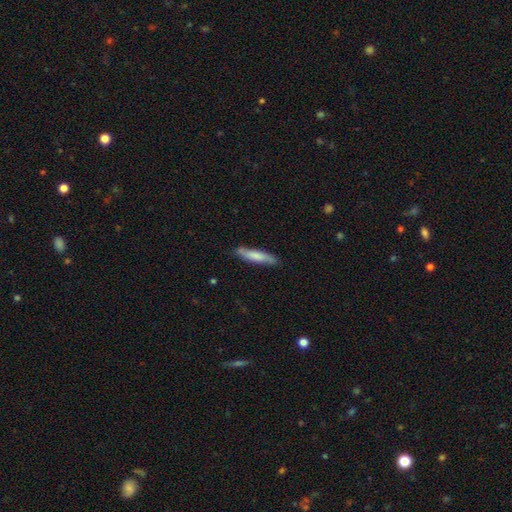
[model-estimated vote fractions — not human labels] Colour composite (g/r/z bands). It shows a smooth galaxy with no disk features (68%) that is cigar-shaped (82%). Merging: none (80%).